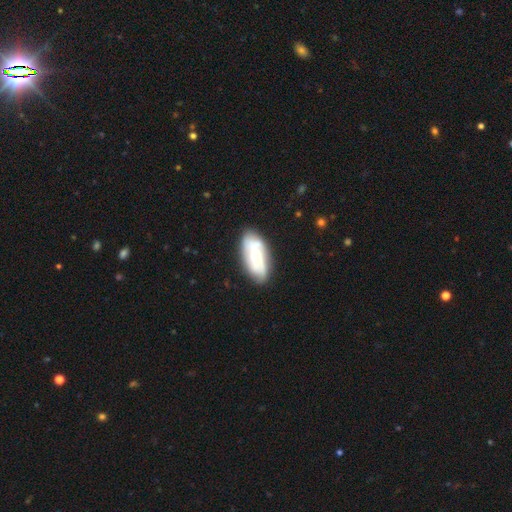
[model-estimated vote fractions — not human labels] The model was most divided on "smooth or featured": featured or disk: 49%, smooth: 45%, star or artifact: 7%. More confident: merging — none (71%).